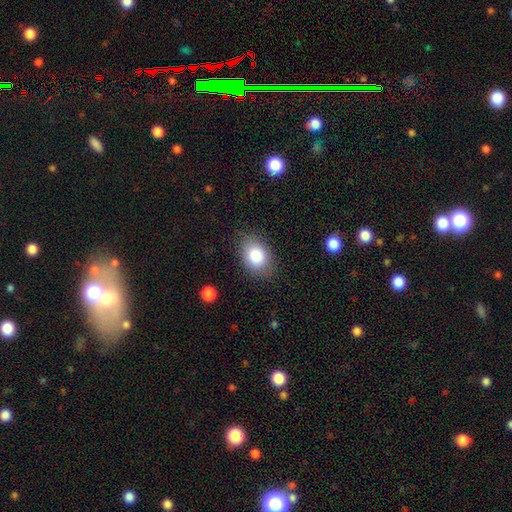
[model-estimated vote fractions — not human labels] A smooth galaxy with no disk features (84%) that is in between round and cigar-shaped (76%). Merging: none (83%).